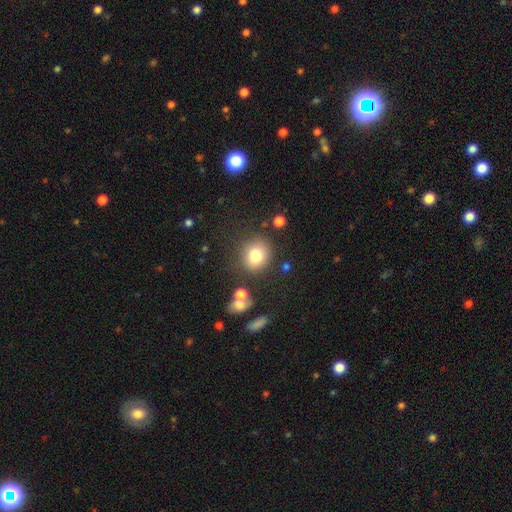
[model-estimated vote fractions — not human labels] A smooth galaxy with no disk features (79%) that is round (78%).

Vote fractions:
- Smooth or featured? smooth: 79% / star or artifact: 12% / featured or disk: 9%
- How rounded? round: 78% / in between: 21% / cigar-shaped: 1%
- Merging? none: 78% / minor disturbance: 12% / merger: 6% / major disturbance: 5%